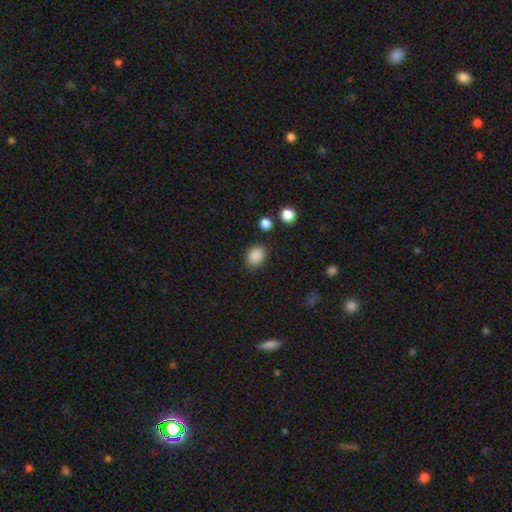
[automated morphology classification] Q: Smooth or featured?
A: smooth (87%); runner-up: star or artifact (10%)
Q: How rounded?
A: in between (56%); runner-up: round (43%)
Q: Merging?
A: none (83%); runner-up: minor disturbance (11%)